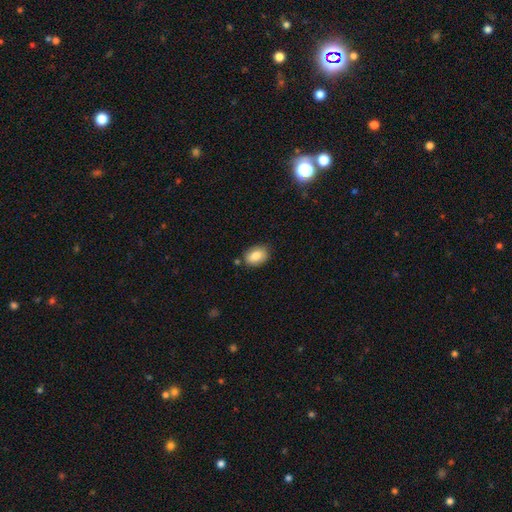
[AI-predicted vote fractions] Overall: smooth (84%). How rounded: in between (83%). Merging: none (79%).